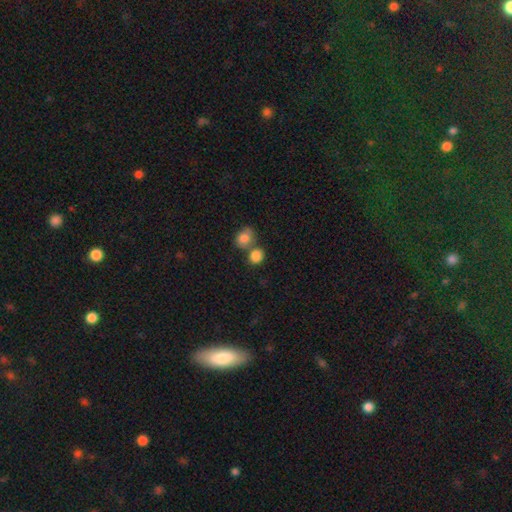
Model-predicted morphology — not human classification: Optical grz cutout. It shows a smooth galaxy with no disk features (85%) that is round (65%). Merging: none (48%).